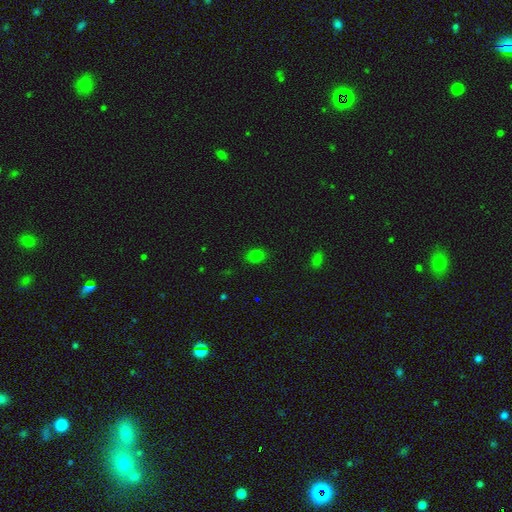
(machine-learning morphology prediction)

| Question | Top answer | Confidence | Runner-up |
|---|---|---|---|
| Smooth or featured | smooth | 78% | star or artifact (16%) |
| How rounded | in between | 60% | round (39%) |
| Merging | none | 86% | minor disturbance (11%) |